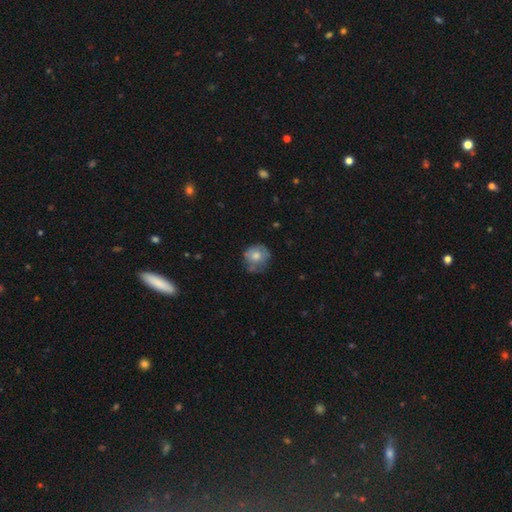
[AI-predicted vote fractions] smooth 65%, featured or disk 27%, star or artifact 8%. Down the decision tree: how rounded — round (84%); merging — none (60%).